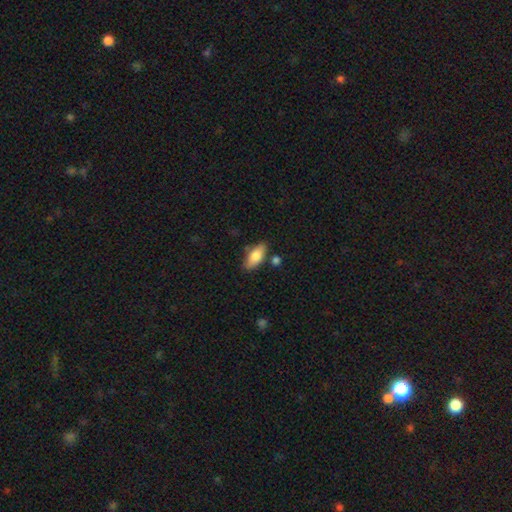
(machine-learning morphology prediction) smooth_or_featured: smooth (p=0.78) [alt: featured or disk p=0.16]
how_rounded: in between (p=0.83) [alt: cigar-shaped p=0.14]
merging: none (p=0.75) [alt: minor disturbance p=0.15]